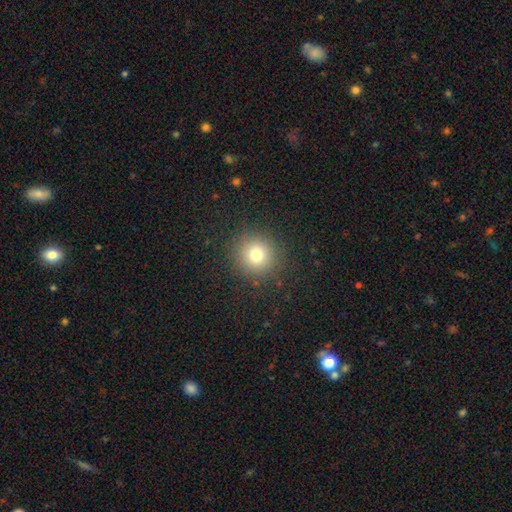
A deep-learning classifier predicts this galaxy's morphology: A smooth galaxy with no disk features (70%) that is round (95%).

Vote fractions:
- Smooth or featured? smooth: 70% / star or artifact: 23% / featured or disk: 6%
- How rounded? round: 95% / in between: 4% / cigar-shaped: 1%
- Merging? none: 92% / minor disturbance: 5% / major disturbance: 2% / merger: 1%